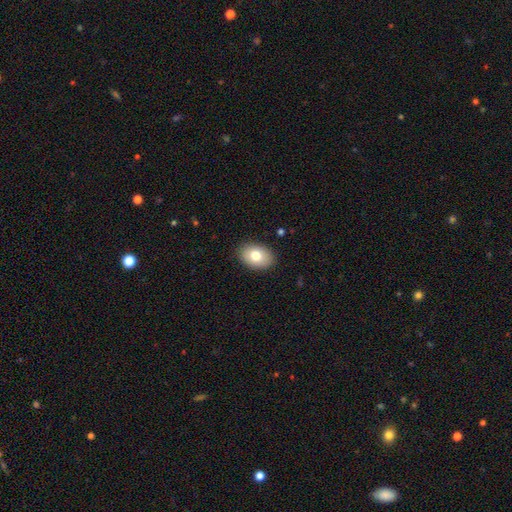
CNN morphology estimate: Smooth or featured? Predicted: smooth (p=0.77). How rounded? Predicted: in between (p=0.81). Merging? Predicted: none (p=0.88).